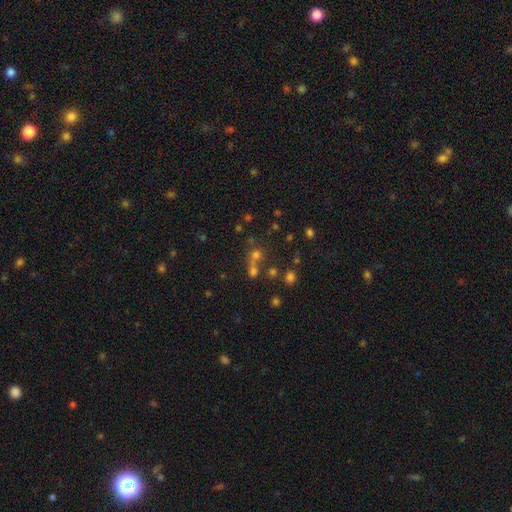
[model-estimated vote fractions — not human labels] smooth_or_featured: smooth (p=0.50) [alt: star or artifact p=0.35]
how_rounded: round (p=0.84) [alt: in between p=0.14]
merging: none (p=0.47) [alt: merger p=0.40]